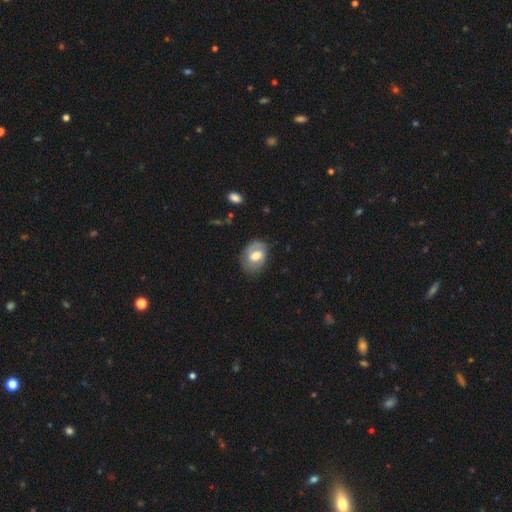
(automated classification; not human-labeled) Smooth or featured? smooth (47%)
Merging? none (70%)